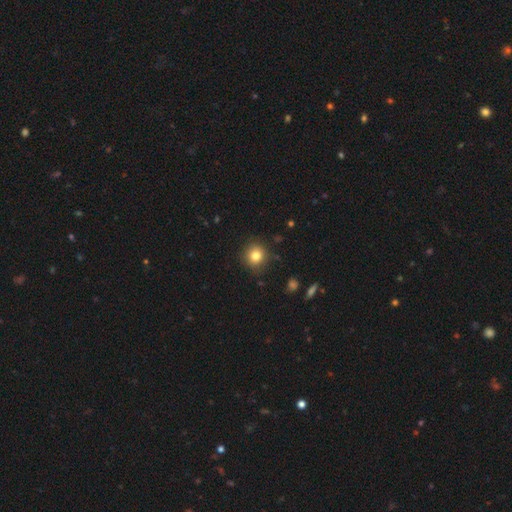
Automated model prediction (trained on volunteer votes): This appears to be a smooth galaxy with no disk features (81%) that is round (88%). Merging: none (87%).